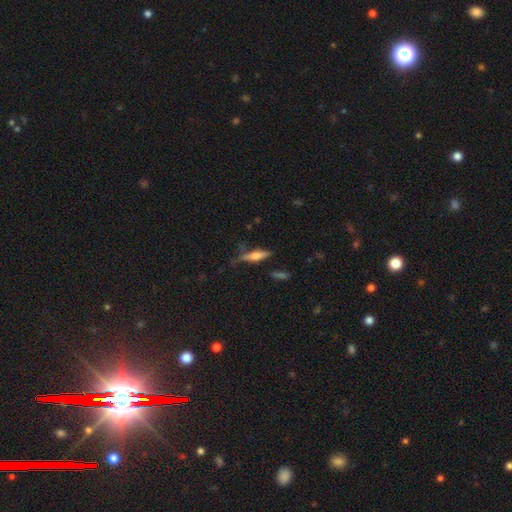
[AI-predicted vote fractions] This is possibly a featured or disk galaxy (47%). Merging: likely none (64%).